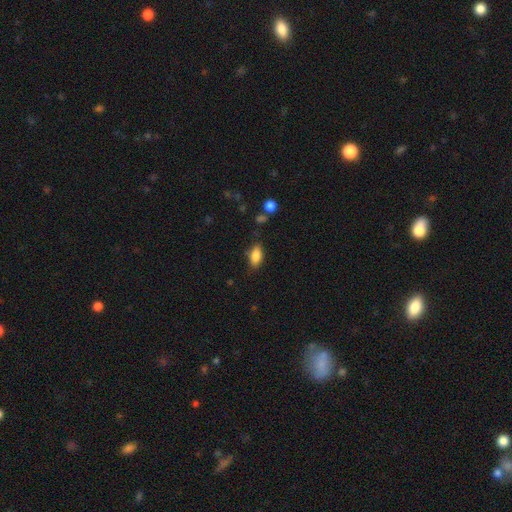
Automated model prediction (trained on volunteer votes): This appears to be a smooth galaxy with no disk features (85%) that is in between round and cigar-shaped (88%). Merging: none (79%).